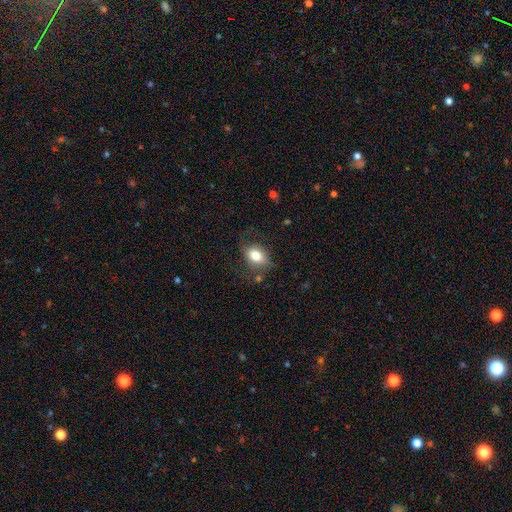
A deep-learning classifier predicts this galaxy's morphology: This appears to be a smooth galaxy with no disk features (77%) that is in between round and cigar-shaped (73%). Merging: none (64%).